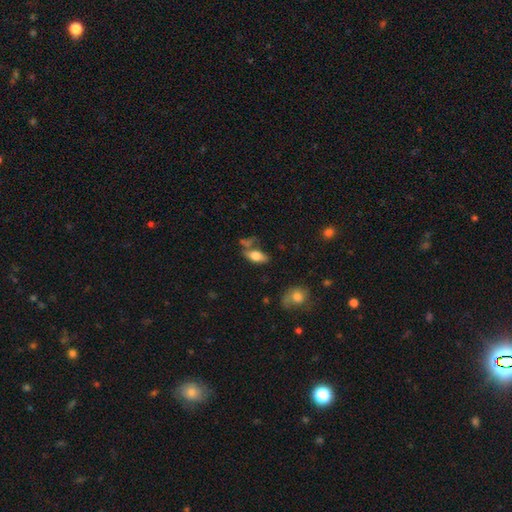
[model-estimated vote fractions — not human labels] Morphology: type=smooth (69%); roundness=in between (83%); merging=none (56%).